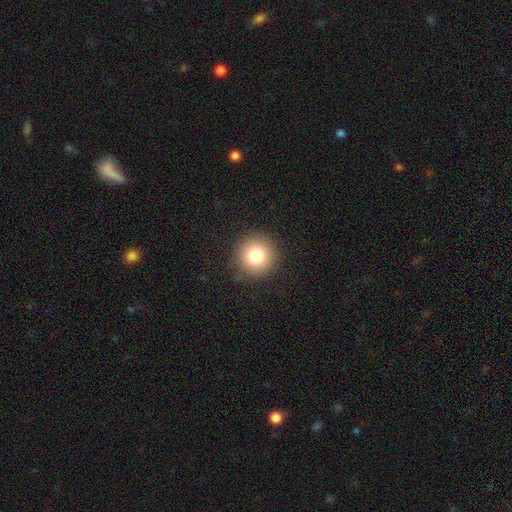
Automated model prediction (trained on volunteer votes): Morphology: type=smooth (83%); roundness=round (95%); merging=none (88%).